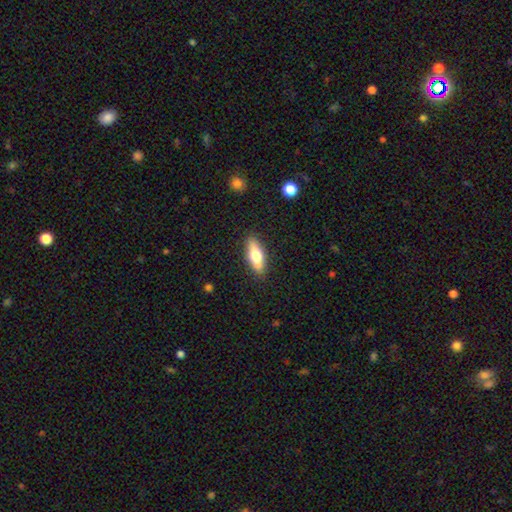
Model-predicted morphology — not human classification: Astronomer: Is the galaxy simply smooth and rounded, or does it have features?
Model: smooth — 59% (runner-up: featured or disk, 35%).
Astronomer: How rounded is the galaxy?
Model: in between — 61% (runner-up: cigar-shaped, 36%).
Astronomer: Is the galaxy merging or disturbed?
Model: none — 86%.